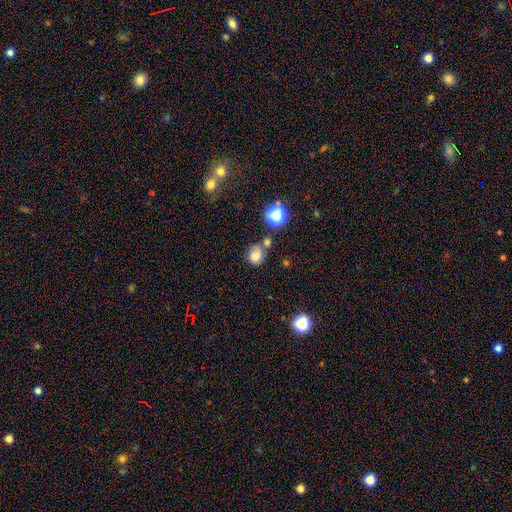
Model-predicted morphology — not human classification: Overall: smooth (77%). How rounded: round (72%). Merging: none (55%; merger 21%).